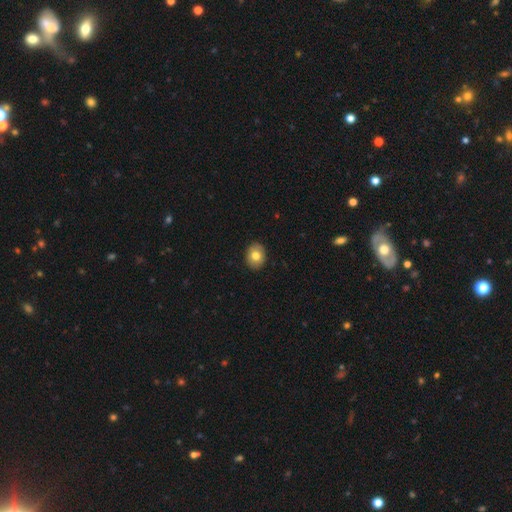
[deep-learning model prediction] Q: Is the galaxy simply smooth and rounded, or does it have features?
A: smooth — 77%.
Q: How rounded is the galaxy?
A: in between — 52%.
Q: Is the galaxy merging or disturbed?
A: none — 89%.